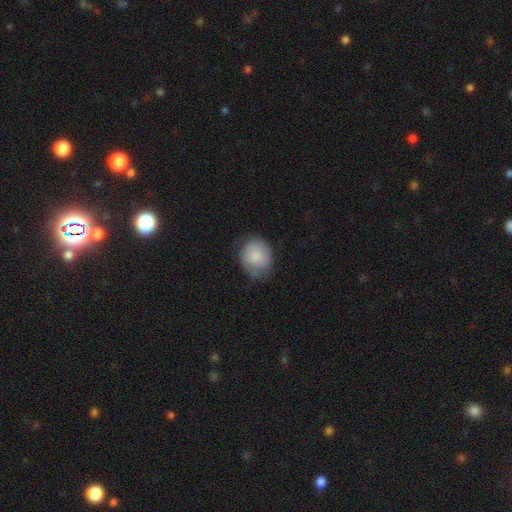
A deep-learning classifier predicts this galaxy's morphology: Smooth or featured?
  - smooth: 72% *
  - featured or disk: 21%
  - star or artifact: 7%
How rounded?
  - round: 61% *
  - in between: 39%
  - cigar-shaped: 1%
Merging?
  - none: 60% *
  - minor disturbance: 30%
  - major disturbance: 9%
  - merger: 1%